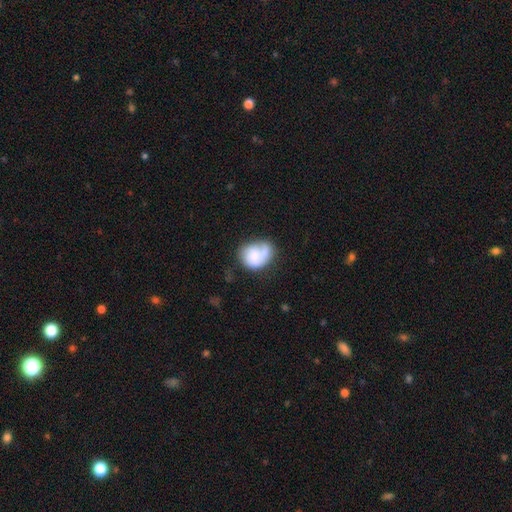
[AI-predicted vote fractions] Morphology: type=smooth (54%); roundness=round (51%); merging=none (40%).